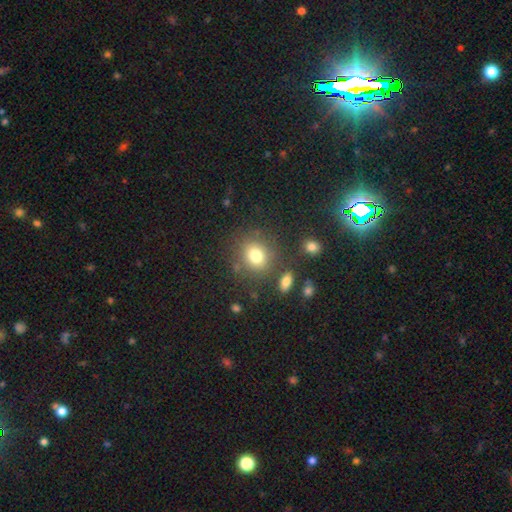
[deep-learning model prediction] Overall: smooth (78%). How rounded: round (75%). Merging: none (79%).